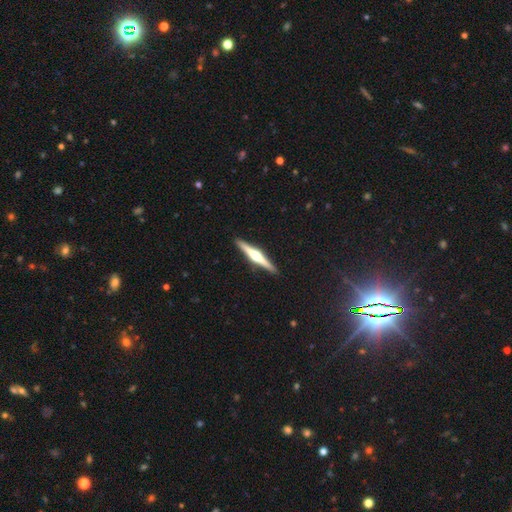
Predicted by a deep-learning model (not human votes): Smooth or featured? featured or disk (78%)
Edge-on disk? yes (98%)
Edge-on bulge? rounded (93%)
Merging? none (92%)